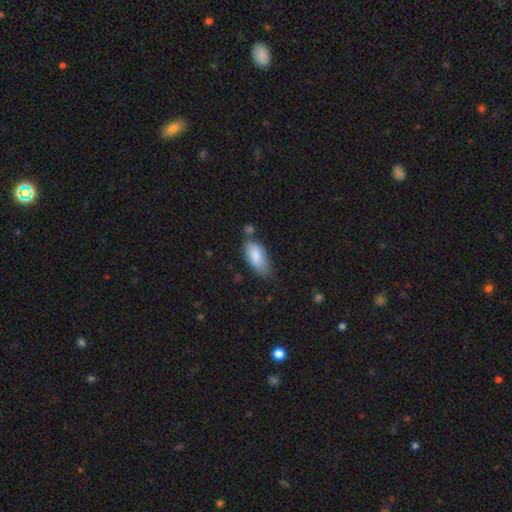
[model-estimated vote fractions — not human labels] Smooth or featured: smooth — 84% (featured or disk — 10%)
How rounded: in between — 90% (cigar-shaped — 7%)
Merging: none — 51% (minor disturbance — 30%)